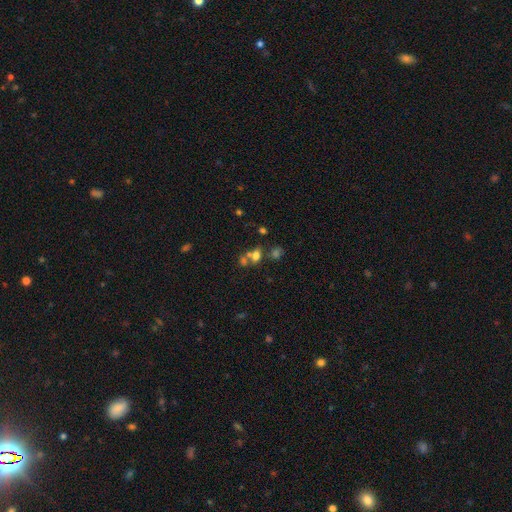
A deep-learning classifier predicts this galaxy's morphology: Q: Smooth or featured?
A: smooth (63%); runner-up: star or artifact (21%)
Q: How rounded?
A: in between (49%); tied with: round (49%)
Q: Merging?
A: merger (44%); runner-up: none (41%)